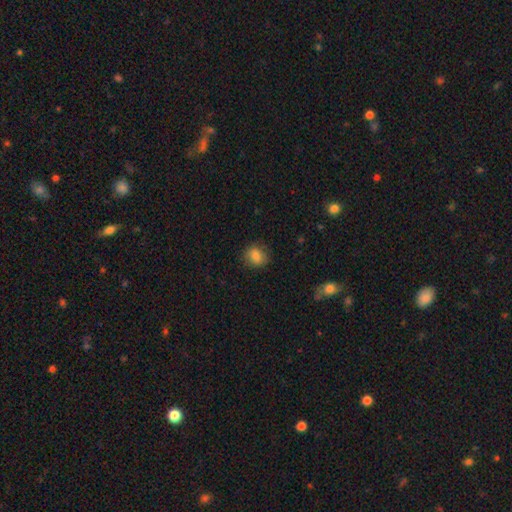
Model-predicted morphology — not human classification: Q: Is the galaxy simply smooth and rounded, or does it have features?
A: smooth — 82%.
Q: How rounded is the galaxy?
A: round — 68%.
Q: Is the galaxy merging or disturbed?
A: none — 84%.